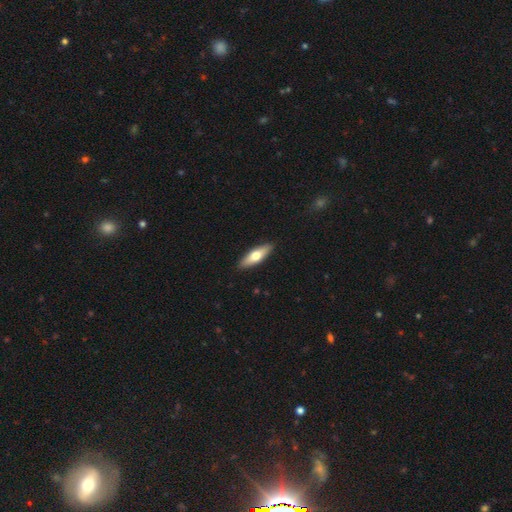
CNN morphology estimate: This appears to be a smooth galaxy with no disk features (59%) that is cigar-shaped (50%). Merging: none (90%).